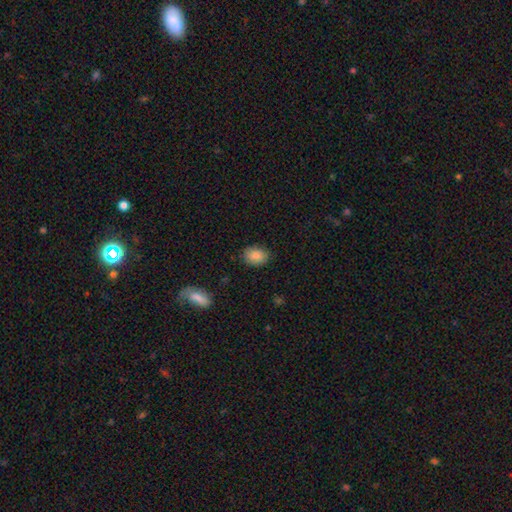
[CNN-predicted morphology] Q: Smooth or featured?
A: smooth (88%); runner-up: star or artifact (7%)
Q: How rounded?
A: in between (76%); runner-up: round (22%)
Q: Merging?
A: none (84%); runner-up: minor disturbance (12%)